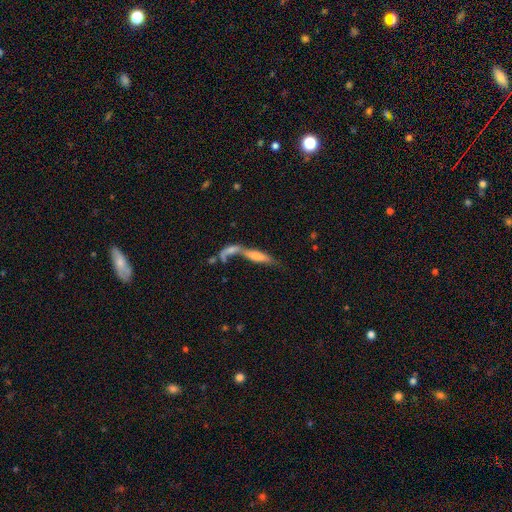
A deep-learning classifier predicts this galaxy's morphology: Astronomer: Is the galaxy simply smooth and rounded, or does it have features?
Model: smooth — 49% (runner-up: featured or disk, 41%).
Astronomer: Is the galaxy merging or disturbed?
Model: merger — 63%.